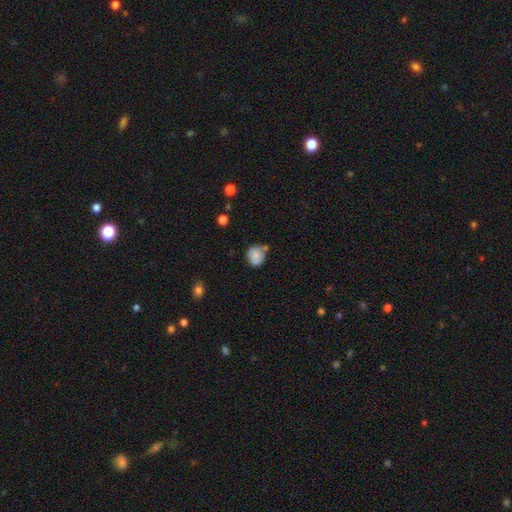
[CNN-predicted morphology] smooth 84%, star or artifact 9%, featured or disk 8%. Down the decision tree: how rounded — round (71%); merging — none (54%).